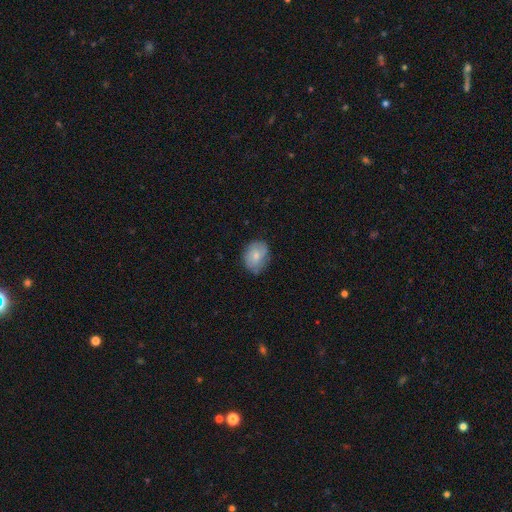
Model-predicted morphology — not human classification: Smooth or featured: smooth — 63% (featured or disk — 30%)
How rounded: in between — 50% (round — 49%)
Merging: none — 71% (minor disturbance — 22%)